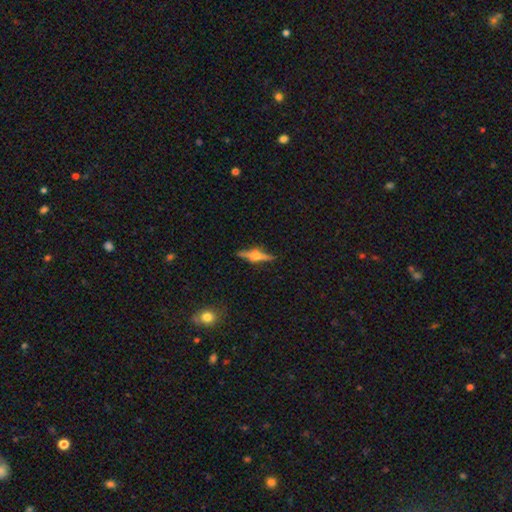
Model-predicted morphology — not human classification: Smooth or featured? featured or disk (67%)
Edge-on disk? yes (96%)
Edge-on bulge? rounded (87%)
Merging? none (84%)